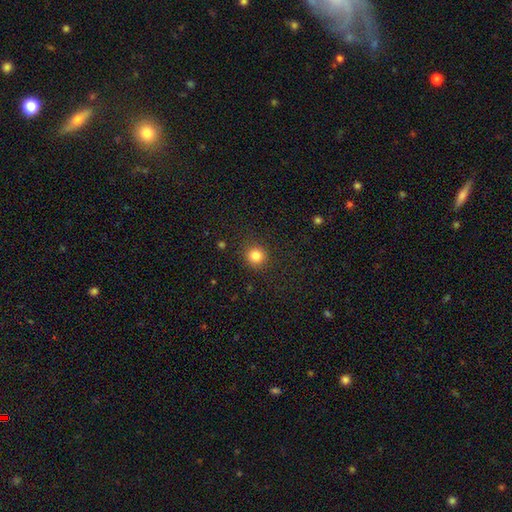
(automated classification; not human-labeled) A smooth galaxy with no disk features (84%) that is round (91%).

Vote fractions:
- Smooth or featured? smooth: 84% / star or artifact: 11% / featured or disk: 5%
- How rounded? round: 91% / in between: 8% / cigar-shaped: 1%
- Merging? none: 88% / minor disturbance: 7% / major disturbance: 3% / merger: 1%